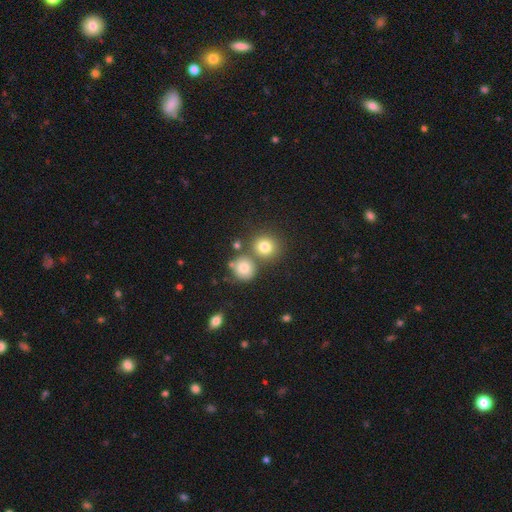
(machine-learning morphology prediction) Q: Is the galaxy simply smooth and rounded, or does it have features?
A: smooth — 61%.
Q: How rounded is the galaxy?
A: round — 87%.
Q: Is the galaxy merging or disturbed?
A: none — 64%.